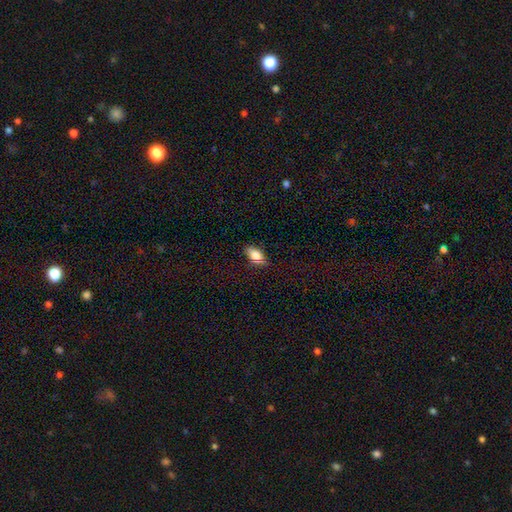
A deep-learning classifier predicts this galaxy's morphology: A smooth galaxy with no disk features (79%) that is in between round and cigar-shaped (87%). Merging: none (80%).